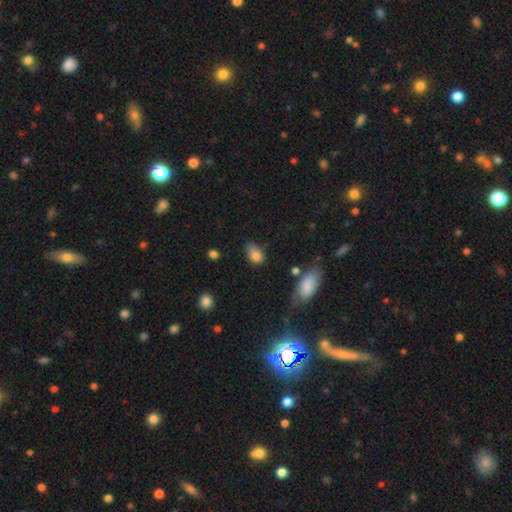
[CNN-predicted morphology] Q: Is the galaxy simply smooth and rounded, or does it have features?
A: smooth — 82%.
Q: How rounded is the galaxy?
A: in between — 82%.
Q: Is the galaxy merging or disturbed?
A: none — 55%.